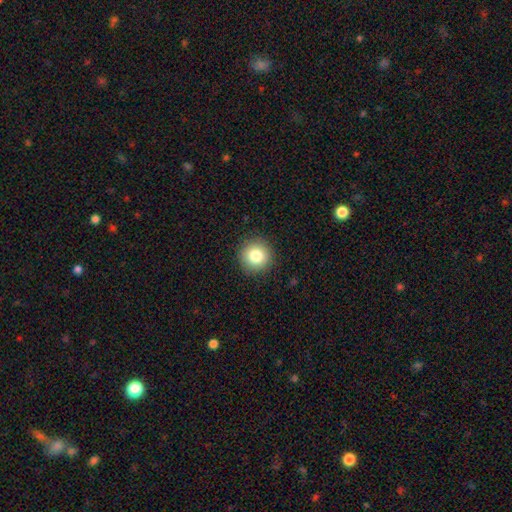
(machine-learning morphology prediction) smooth 82%, star or artifact 10%, featured or disk 7%. Down the decision tree: how rounded — round (95%); merging — none (91%).